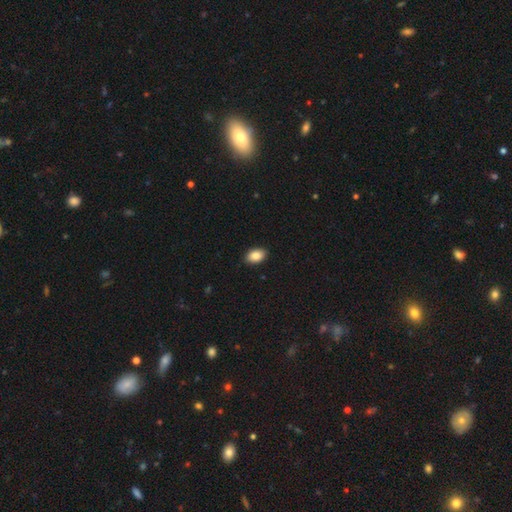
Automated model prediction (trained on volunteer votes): Morphology: type=smooth (87%); roundness=in between (89%); merging=none (88%).